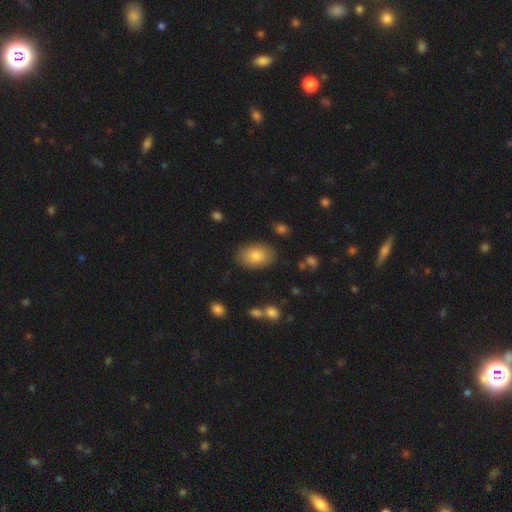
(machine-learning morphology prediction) Overall: smooth (80%). How rounded: in between (85%). Merging: none (85%).